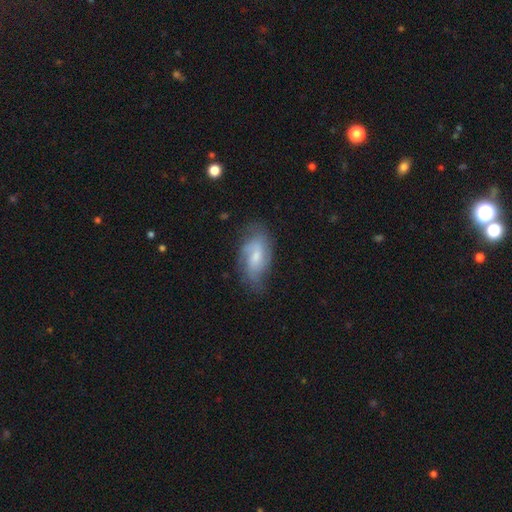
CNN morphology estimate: Smooth or featured: featured or disk — 57% (smooth — 36%)
Edge-on disk: no — 94% (yes — 6%)
Bar: weak — 48% (no — 42%)
Spiral arms: yes — 84% (no — 16%)
Bulge size: small — 43% (moderate — 41%)
Merging: none — 61% (minor disturbance — 26%)